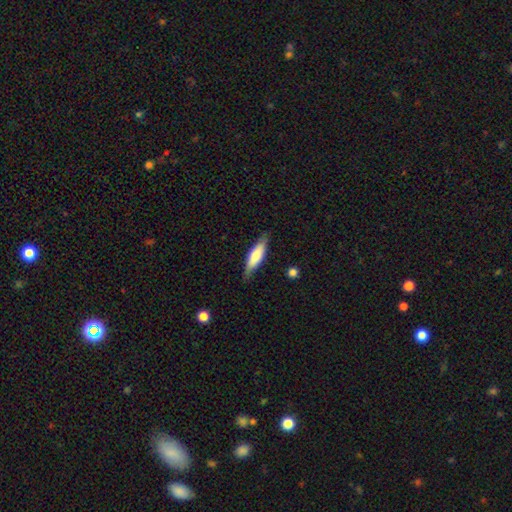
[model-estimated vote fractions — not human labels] A smooth galaxy with no disk features (66%) that is cigar-shaped (56%). Merging: none (80%).